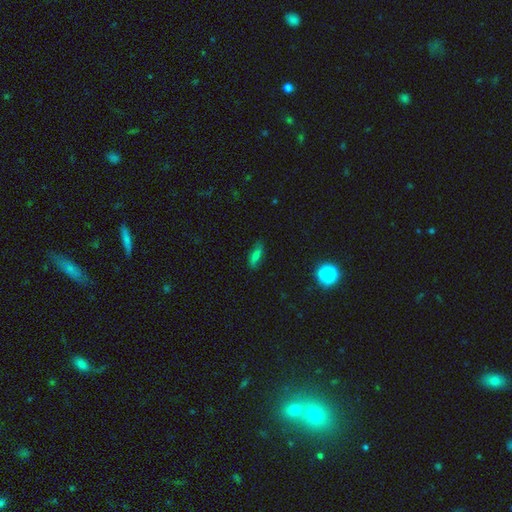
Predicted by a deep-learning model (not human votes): Morphology: type=smooth (63%); roundness=in between (56%); merging=none (79%).